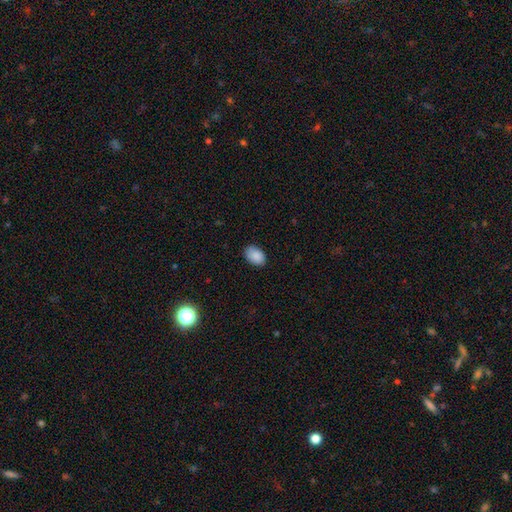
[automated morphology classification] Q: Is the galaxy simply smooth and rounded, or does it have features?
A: smooth — 89%.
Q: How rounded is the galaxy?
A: in between — 85%.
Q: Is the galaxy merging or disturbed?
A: none — 84%.